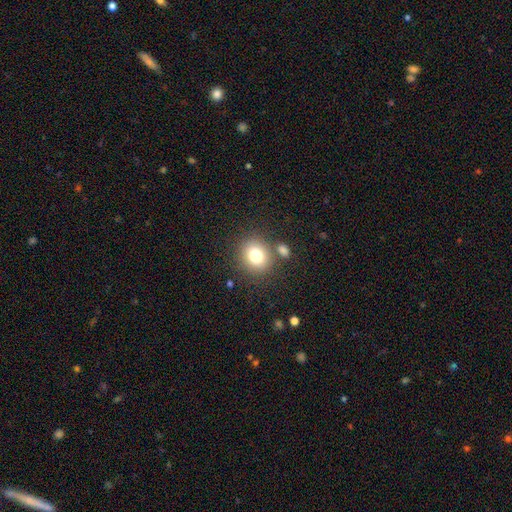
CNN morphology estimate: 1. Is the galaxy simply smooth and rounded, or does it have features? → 78% smooth, 12% star or artifact, 10% featured or disk.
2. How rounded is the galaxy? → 80% round, 19% in between, 1% cigar-shaped.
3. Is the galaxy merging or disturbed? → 76% none, 11% merger, 10% minor disturbance, 4% major disturbance.